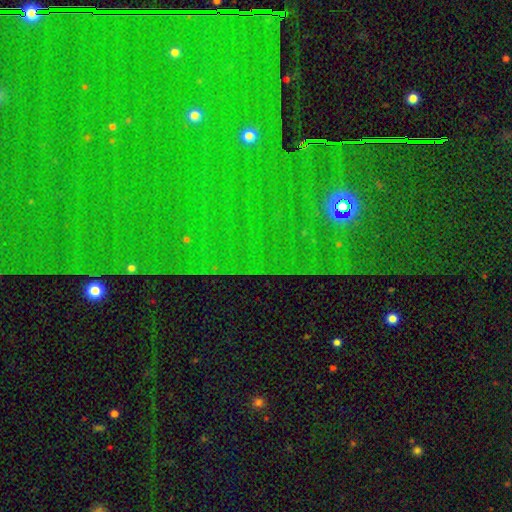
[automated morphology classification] Overall: star or artifact (84%).